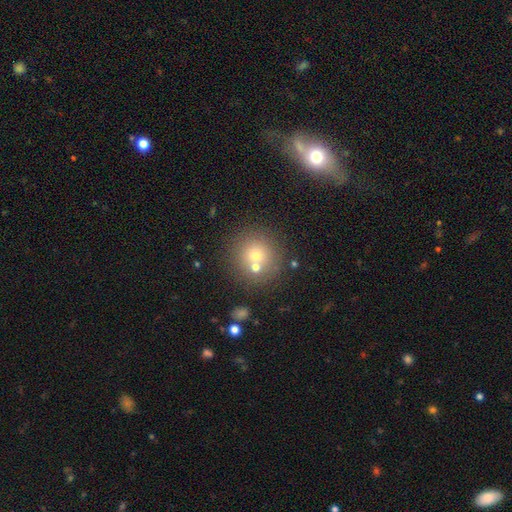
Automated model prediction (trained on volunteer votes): Overall: smooth (68%). How rounded: round (93%). Merging: none (66%).